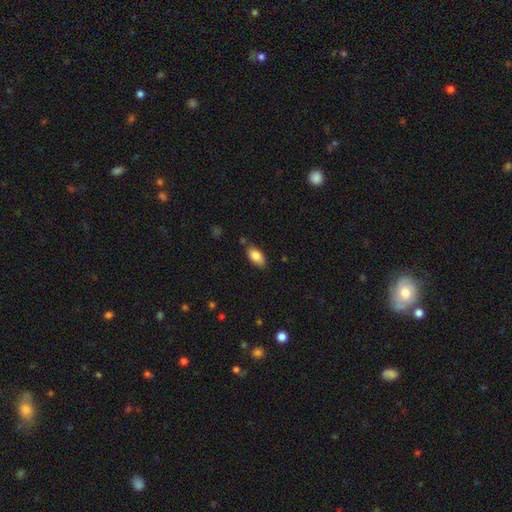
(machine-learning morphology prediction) Smooth or featured? Predicted: smooth (p=0.84). How rounded? Predicted: in between (p=0.91). Merging? Predicted: none (p=0.77).